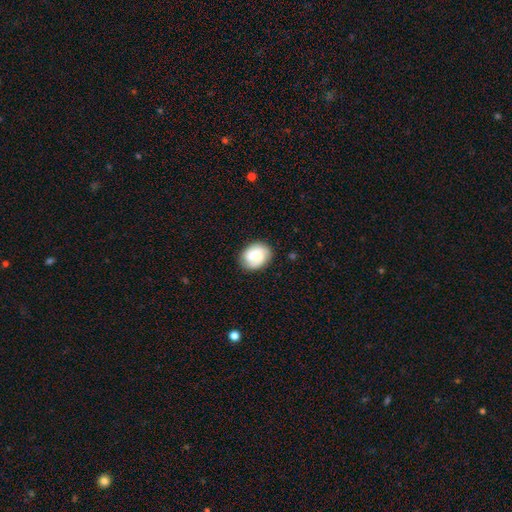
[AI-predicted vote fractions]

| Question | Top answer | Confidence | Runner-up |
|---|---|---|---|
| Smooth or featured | smooth | 52% | featured or disk (40%) |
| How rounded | round | 51% | in between (48%) |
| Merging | none | 81% | minor disturbance (14%) |